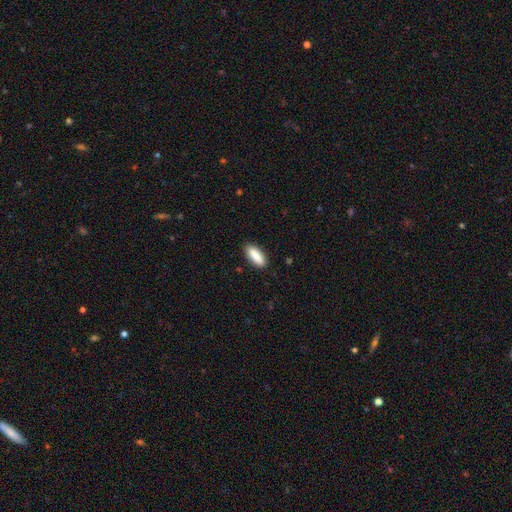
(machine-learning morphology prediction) smooth_or_featured: smooth (p=0.87) [alt: featured or disk p=0.07]
how_rounded: in between (p=0.70) [alt: cigar-shaped p=0.28]
merging: none (p=0.87) [alt: minor disturbance p=0.10]